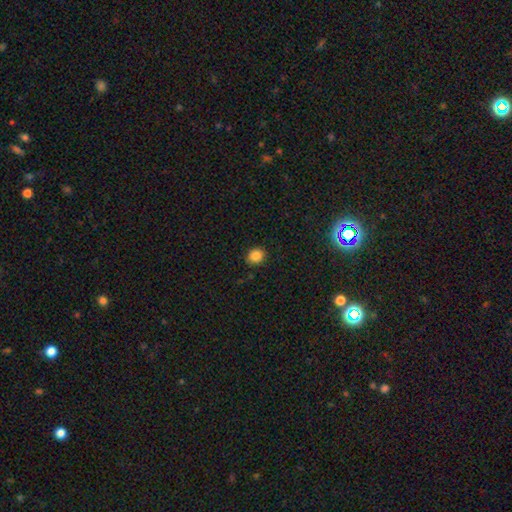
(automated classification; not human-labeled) A smooth galaxy with no disk features (85%) that is round (77%). Merging: none (88%).